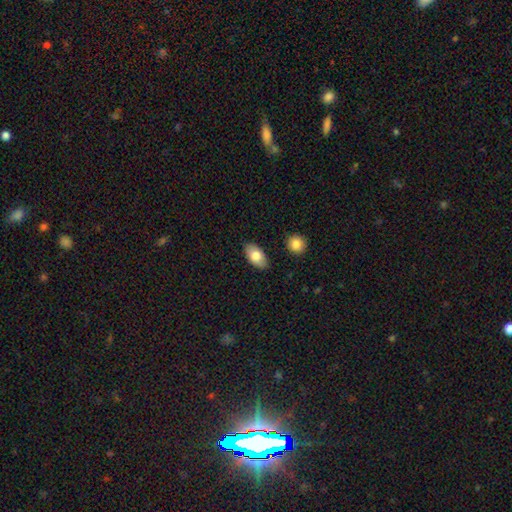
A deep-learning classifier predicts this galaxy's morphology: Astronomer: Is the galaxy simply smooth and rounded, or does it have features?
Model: smooth — 80%.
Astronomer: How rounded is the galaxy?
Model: in between — 94%.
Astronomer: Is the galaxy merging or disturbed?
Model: none — 86%.